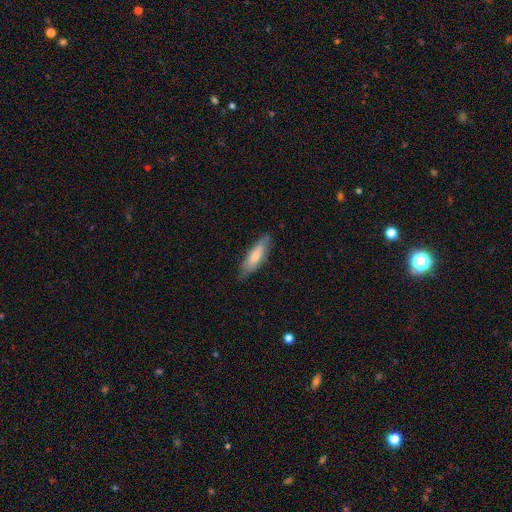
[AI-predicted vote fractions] The model was most divided on "smooth or featured": smooth: 61%, featured or disk: 33%, star or artifact: 6%. More confident: merging — none (81%); how rounded — cigar-shaped (63%).